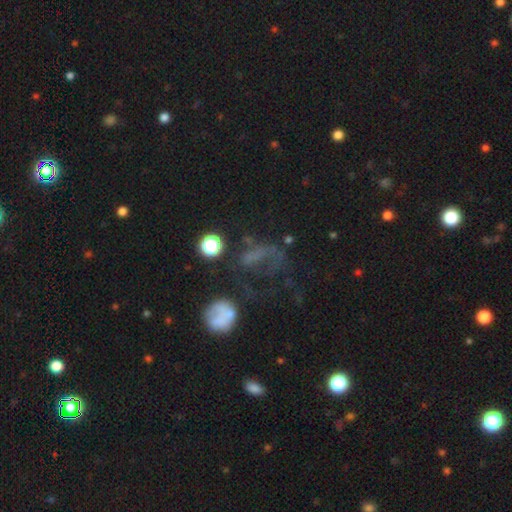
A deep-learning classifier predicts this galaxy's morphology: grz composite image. It shows a star or artifact, not a galaxy (37%).